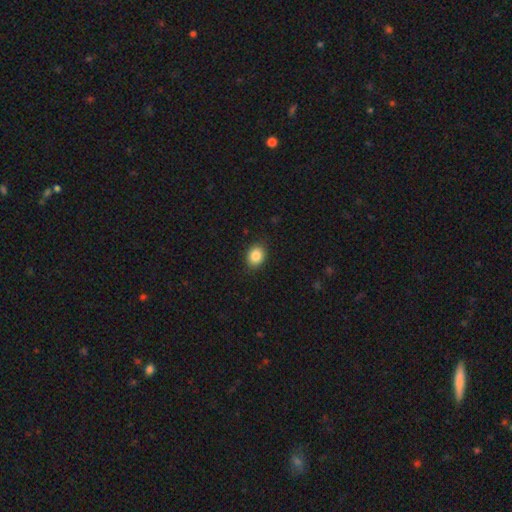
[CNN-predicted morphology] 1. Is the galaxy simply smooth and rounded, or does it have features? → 86% smooth, 9% star or artifact, 5% featured or disk.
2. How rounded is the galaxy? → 52% in between, 47% round, 1% cigar-shaped.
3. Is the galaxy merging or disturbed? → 88% none, 9% minor disturbance, 2% major disturbance, 1% merger.